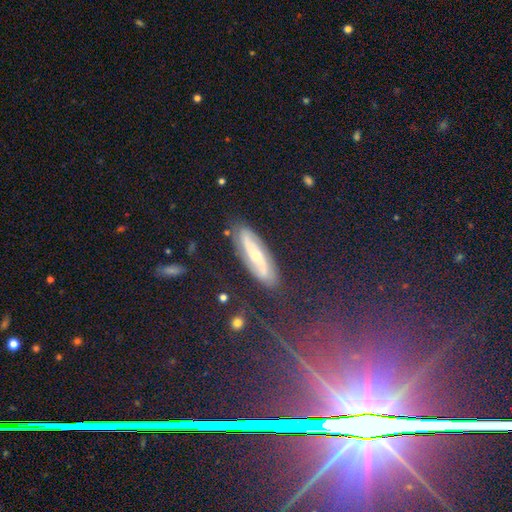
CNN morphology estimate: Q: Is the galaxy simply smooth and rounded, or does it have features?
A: featured or disk — 39%.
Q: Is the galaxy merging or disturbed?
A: none — 82%.